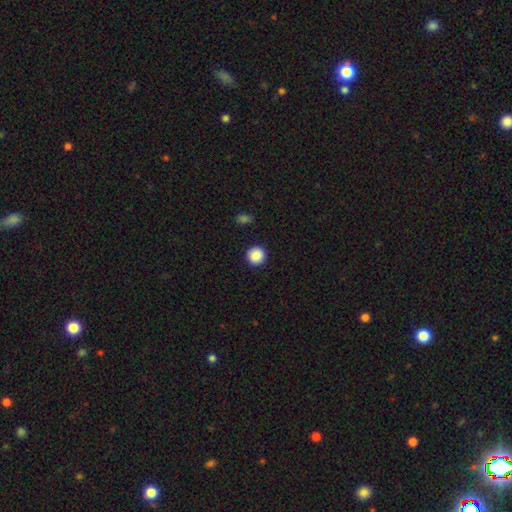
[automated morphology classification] Q: Smooth or featured?
A: smooth (88%); runner-up: star or artifact (9%)
Q: How rounded?
A: round (95%); runner-up: in between (4%)
Q: Merging?
A: none (92%); runner-up: minor disturbance (5%)